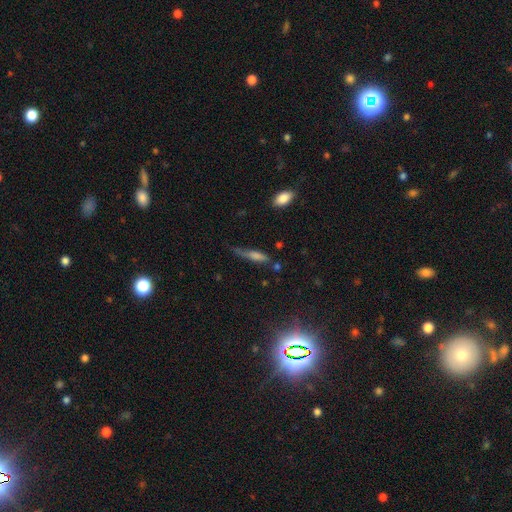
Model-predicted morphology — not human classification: smooth 54%, featured or disk 32%, star or artifact 14%. Down the decision tree: how rounded — cigar-shaped (74%); merging — none (47%).